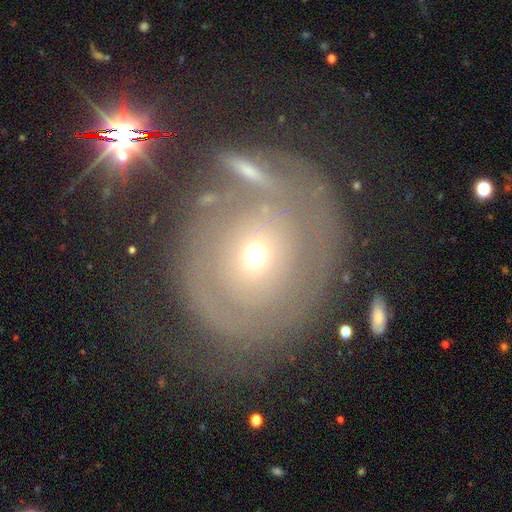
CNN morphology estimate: featured or disk 59%, smooth 30%, star or artifact 11%. Down the decision tree: edge-on disk — no (94%); bar — no (81%); spiral arms — yes (60%); bulge size — small (55%); merging — none (56%).